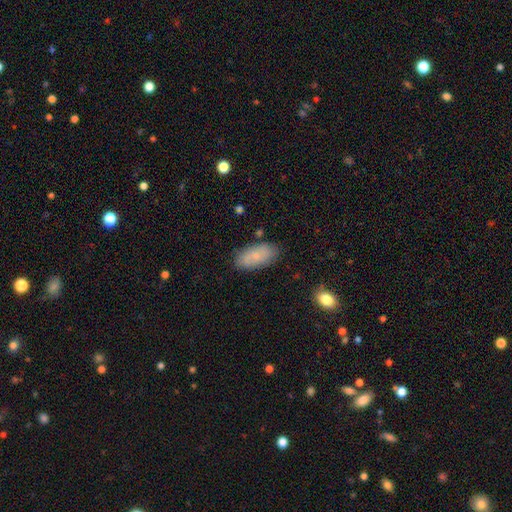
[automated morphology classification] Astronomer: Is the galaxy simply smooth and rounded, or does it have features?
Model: smooth — 67%.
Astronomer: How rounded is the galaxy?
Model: in between — 93%.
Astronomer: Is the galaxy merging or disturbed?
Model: none — 80%.